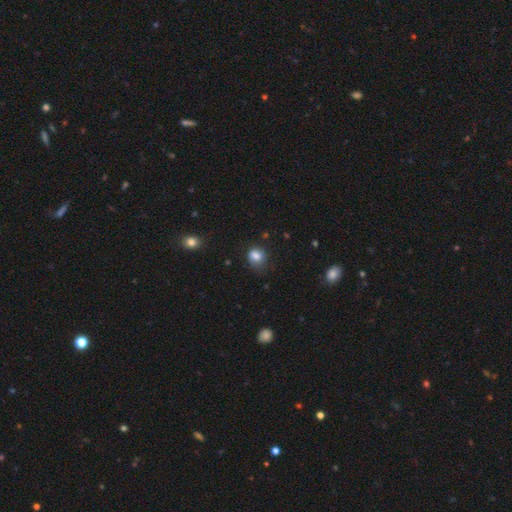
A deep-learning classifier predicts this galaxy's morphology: A smooth galaxy with no disk features (81%) that is round (65%). Merging: none (61%).